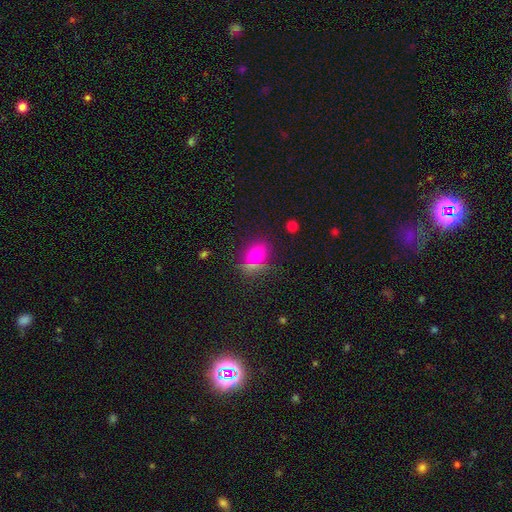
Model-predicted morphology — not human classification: A smooth galaxy with no disk features (73%) that is in between round and cigar-shaped (64%).

Vote fractions:
- Smooth or featured? smooth: 73% / star or artifact: 19% / featured or disk: 8%
- How rounded? in between: 64% / round: 32% / cigar-shaped: 4%
- Merging? none: 77% / minor disturbance: 13% / merger: 6% / major disturbance: 5%